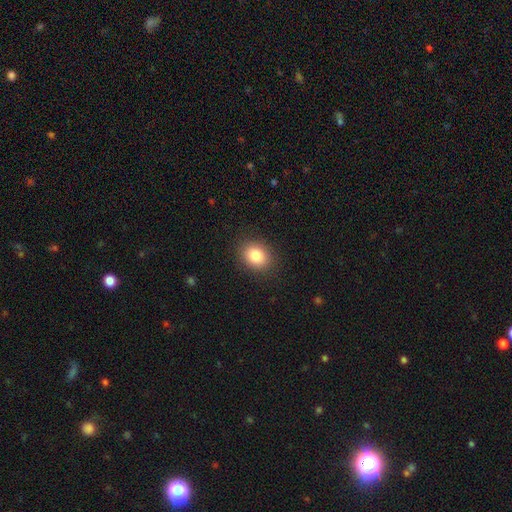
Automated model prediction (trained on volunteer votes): This is clearly a smooth galaxy (84%). How rounded: possibly in between (53%). Merging: clearly none (88%).